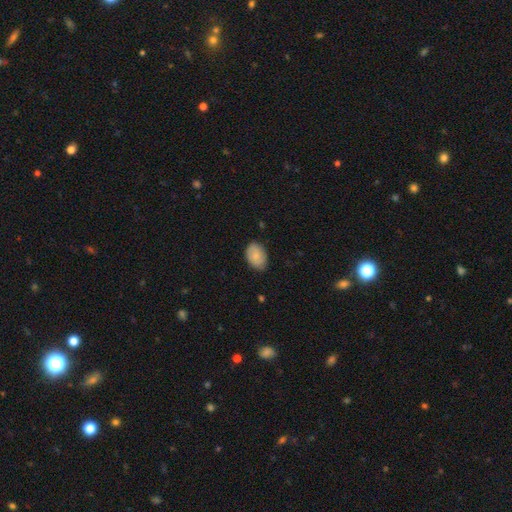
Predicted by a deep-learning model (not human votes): smooth_or_featured: smooth (p=0.78) [alt: featured or disk p=0.15]
how_rounded: in between (p=0.84) [alt: round p=0.15]
merging: none (p=0.79) [alt: minor disturbance p=0.17]